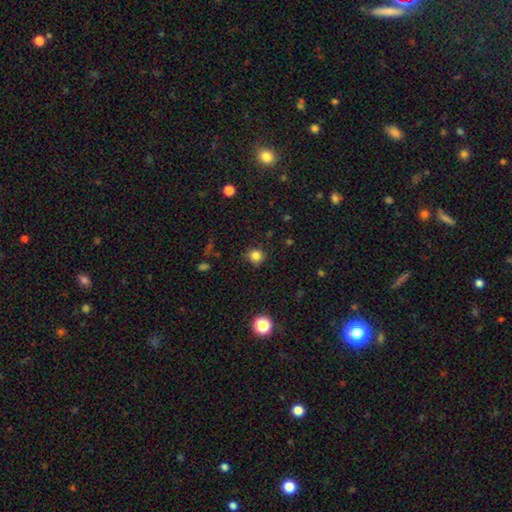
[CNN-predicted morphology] This is clearly a smooth galaxy (83%). How rounded: clearly round (90%). Merging: clearly none (85%).